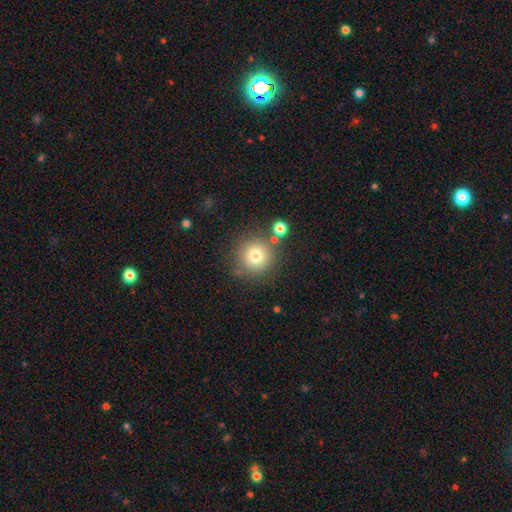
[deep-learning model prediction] Smooth or featured?
  - smooth: 76% *
  - star or artifact: 13%
  - featured or disk: 11%
How rounded?
  - round: 94% *
  - in between: 5%
  - cigar-shaped: 1%
Merging?
  - none: 77% *
  - minor disturbance: 10%
  - merger: 8%
  - major disturbance: 4%